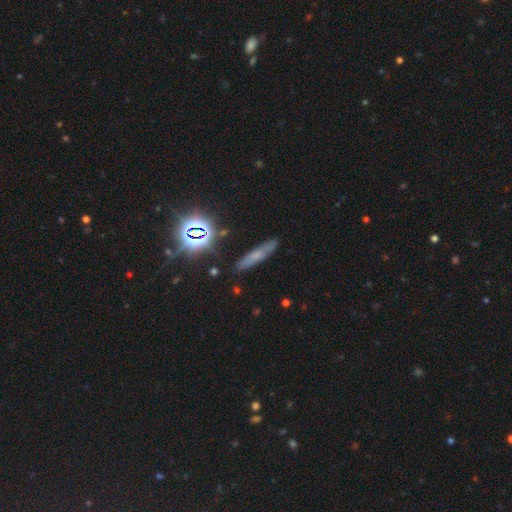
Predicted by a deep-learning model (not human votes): Overall: smooth (48%; featured or disk 27%). Merging: none (82%).